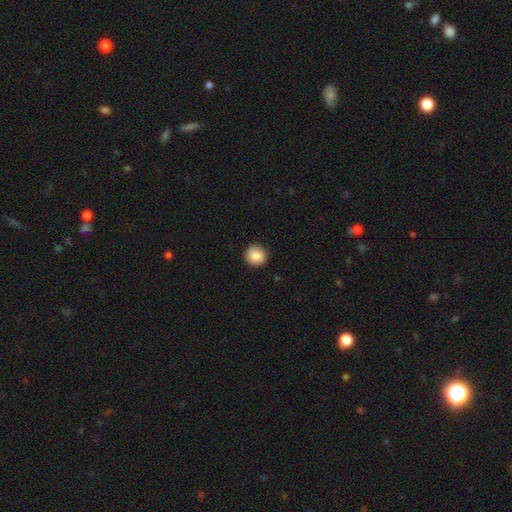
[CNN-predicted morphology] Smooth or featured?
  - smooth: 81% *
  - featured or disk: 11%
  - star or artifact: 8%
How rounded?
  - round: 90% *
  - in between: 9%
  - cigar-shaped: 1%
Merging?
  - none: 88% *
  - minor disturbance: 9%
  - major disturbance: 2%
  - merger: 1%